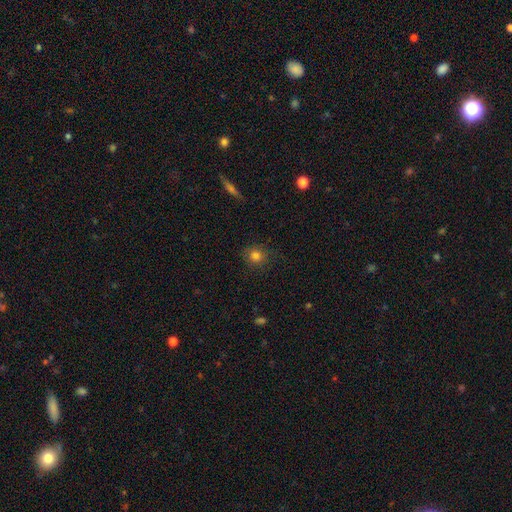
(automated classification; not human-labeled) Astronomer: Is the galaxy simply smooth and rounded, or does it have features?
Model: smooth — 80%.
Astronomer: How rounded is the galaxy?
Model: round — 85%.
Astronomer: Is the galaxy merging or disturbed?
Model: none — 84%.